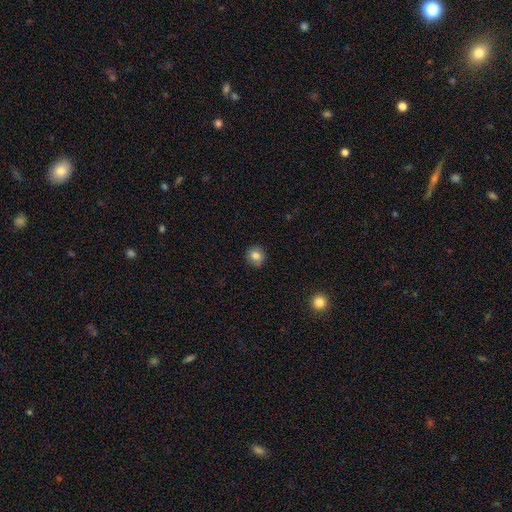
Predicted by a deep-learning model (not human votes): The model was most divided on "smooth or featured": smooth: 82%, star or artifact: 10%, featured or disk: 8%. More confident: how rounded — round (91%); merging — none (88%).